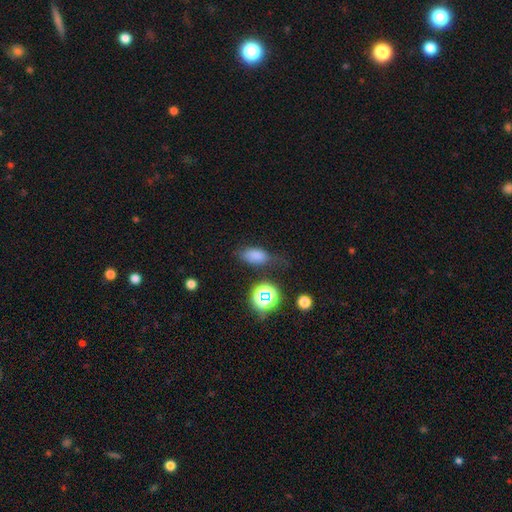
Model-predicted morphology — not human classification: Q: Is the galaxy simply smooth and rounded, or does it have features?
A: smooth — 73%.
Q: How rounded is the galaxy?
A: in between — 84%.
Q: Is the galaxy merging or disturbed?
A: none — 57%.